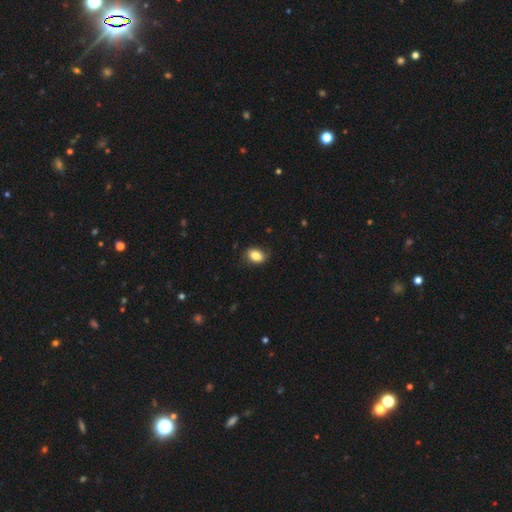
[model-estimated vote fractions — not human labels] Q: Smooth or featured?
A: smooth (82%); runner-up: featured or disk (10%)
Q: How rounded?
A: in between (77%); runner-up: round (22%)
Q: Merging?
A: none (72%); runner-up: minor disturbance (22%)